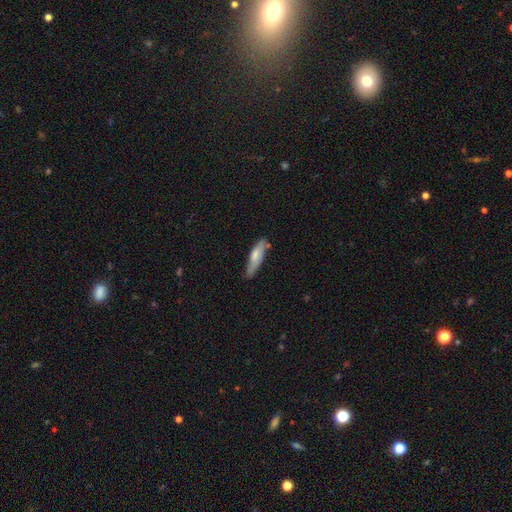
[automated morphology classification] smooth-or-featured: smooth: 67% | featured or disk: 27% | star or artifact: 6%
  how-rounded: cigar-shaped: 71% | in between: 28% | round: 2%
  merging: none: 69% | minor disturbance: 23% | major disturbance: 4% | merger: 3%